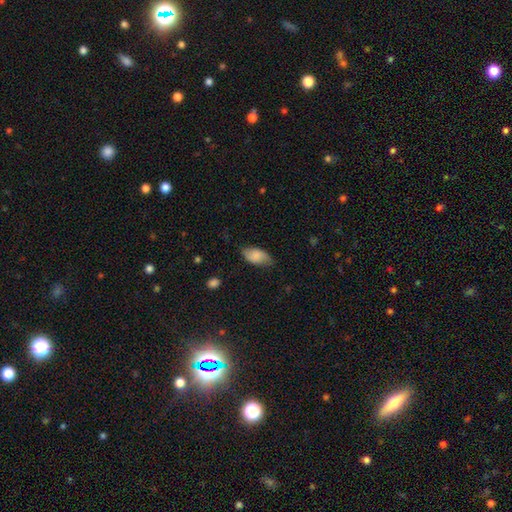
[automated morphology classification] Smooth or featured?
  - smooth: 82% *
  - featured or disk: 12%
  - star or artifact: 7%
How rounded?
  - in between: 93% *
  - round: 4%
  - cigar-shaped: 3%
Merging?
  - none: 70% *
  - minor disturbance: 24%
  - major disturbance: 5%
  - merger: 1%